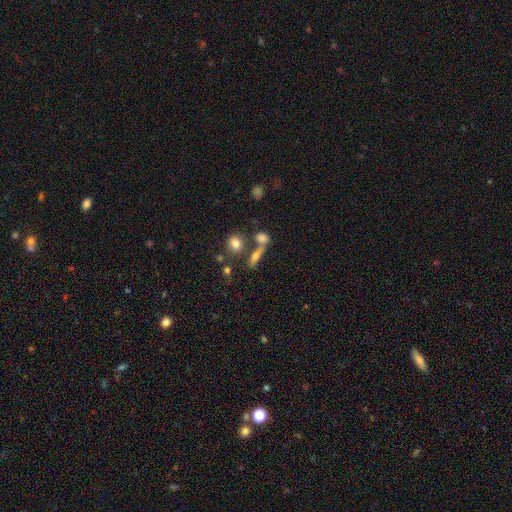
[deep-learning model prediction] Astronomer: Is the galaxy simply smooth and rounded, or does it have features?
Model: smooth — 60%.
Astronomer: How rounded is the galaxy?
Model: in between — 42% (runner-up: cigar-shaped, 39%).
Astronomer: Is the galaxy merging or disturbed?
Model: none — 53% (runner-up: merger, 29%).